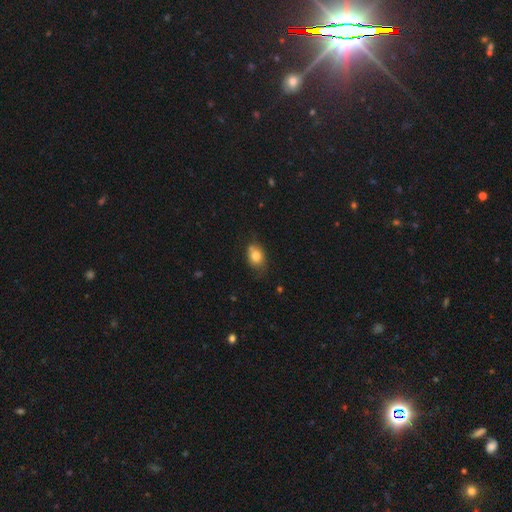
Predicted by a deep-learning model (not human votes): smooth 79%, featured or disk 12%, star or artifact 9%. Down the decision tree: how rounded — in between (71%); merging — none (62%).